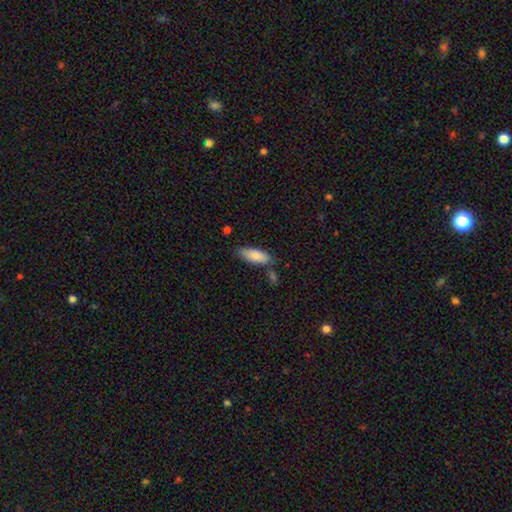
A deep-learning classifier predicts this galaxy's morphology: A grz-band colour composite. It shows a smooth galaxy with no disk features (84%) that is in between round and cigar-shaped (72%). Merging: none (72%).